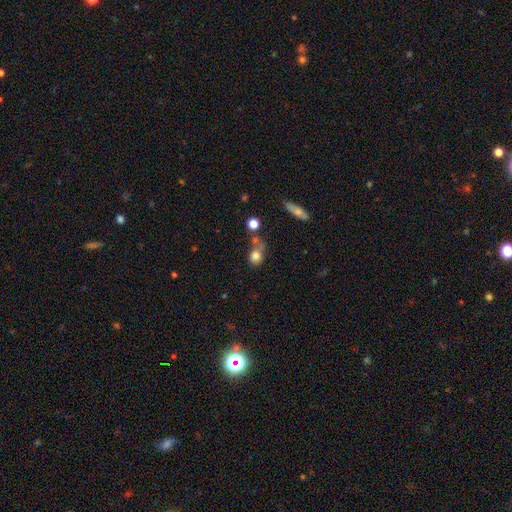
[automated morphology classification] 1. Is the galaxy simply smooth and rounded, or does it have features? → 79% smooth, 11% featured or disk, 10% star or artifact.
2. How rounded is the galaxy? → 54% round, 44% in between, 3% cigar-shaped.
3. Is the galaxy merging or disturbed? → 38% none, 29% merger, 21% minor disturbance, 12% major disturbance.